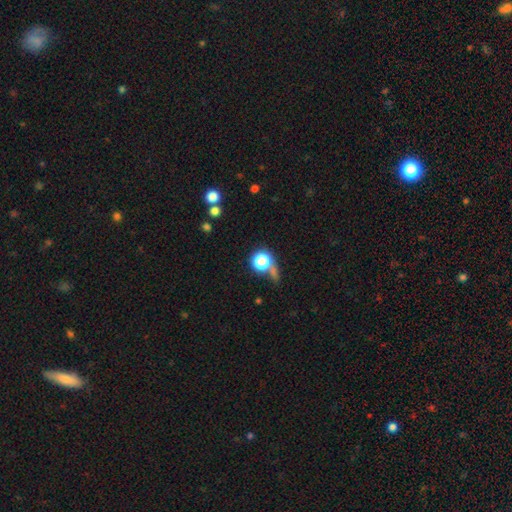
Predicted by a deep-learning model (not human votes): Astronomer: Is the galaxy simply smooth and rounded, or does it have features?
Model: smooth — 55% (runner-up: star or artifact, 33%).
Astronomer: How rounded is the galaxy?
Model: round — 85%.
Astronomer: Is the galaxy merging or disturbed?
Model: none — 55%.